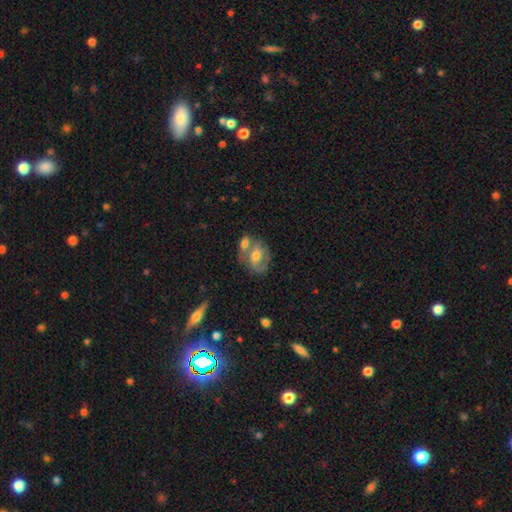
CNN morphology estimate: smooth-or-featured: featured or disk: 61% | smooth: 31% | star or artifact: 7%
  disk-edge-on: no: 92% | yes: 8%
    bar: no: 41% | weak: 38% | strong: 21%
    has-spiral-arms: yes: 66% | no: 34%
    bulge-size: moderate: 68% | small: 21% | large: 8% | none: 2% | dominant: 1%
  merging: none: 44% | merger: 34% | minor disturbance: 15% | major disturbance: 7%